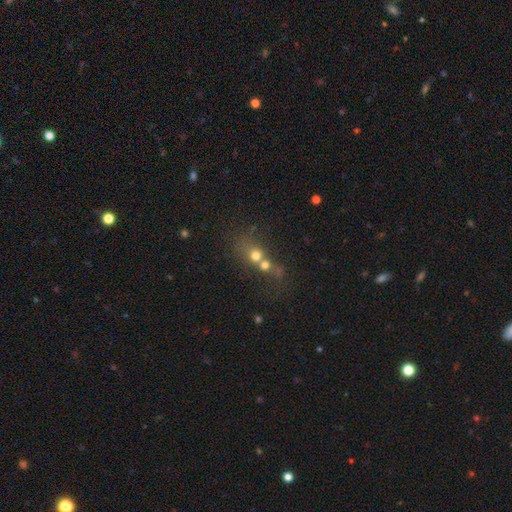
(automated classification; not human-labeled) Morphology: type=smooth (60%); roundness=round (70%); merging=merger (64%).